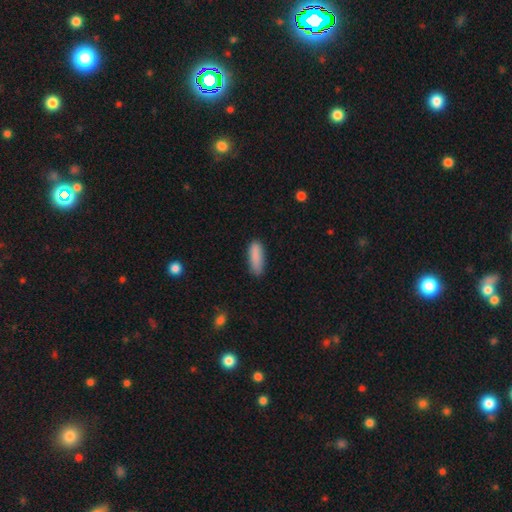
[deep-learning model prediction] This is clearly a smooth galaxy (88%). How rounded: possibly in between (57%). Merging: likely none (76%).